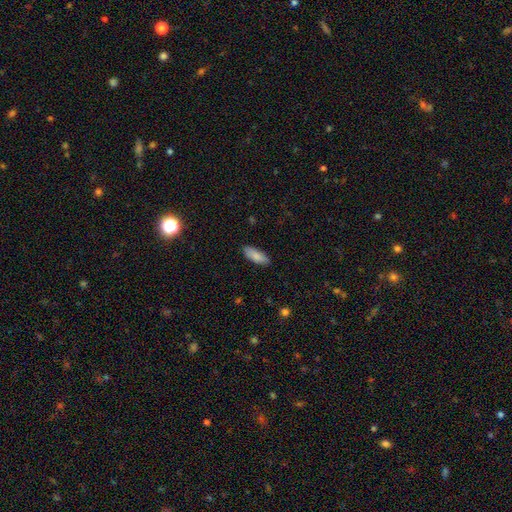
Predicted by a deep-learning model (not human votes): Smooth or featured: smooth — 86% (featured or disk — 8%)
How rounded: in between — 73% (cigar-shaped — 25%)
Merging: none — 87% (minor disturbance — 10%)